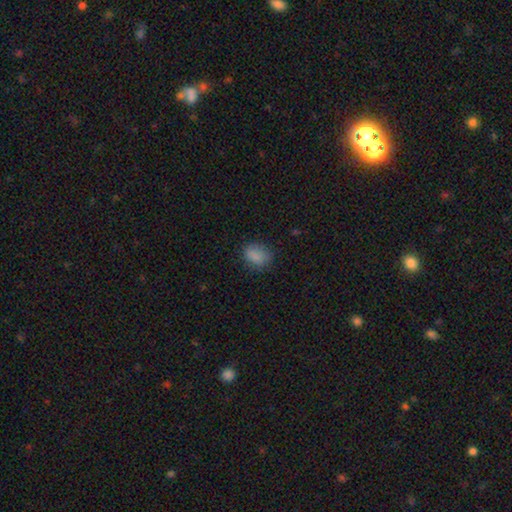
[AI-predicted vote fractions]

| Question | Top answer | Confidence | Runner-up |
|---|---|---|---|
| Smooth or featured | smooth | 85% | star or artifact (10%) |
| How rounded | in between | 63% | round (36%) |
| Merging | none | 74% | minor disturbance (19%) |